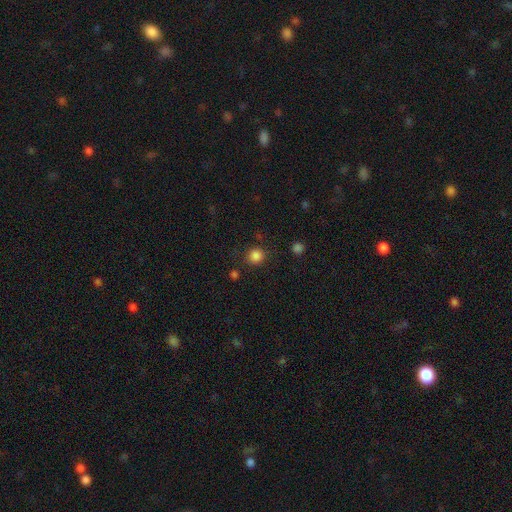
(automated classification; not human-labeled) Smooth or featured: smooth — 85% (star or artifact — 12%)
How rounded: round — 92% (in between — 7%)
Merging: none — 85% (minor disturbance — 8%)